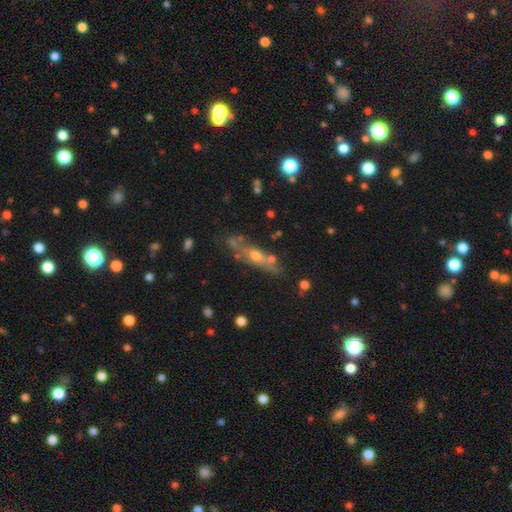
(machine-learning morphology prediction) This is possibly a featured or disk galaxy (52%). It is possibly viewed edge-on (55%). Merging: possibly none (58%).